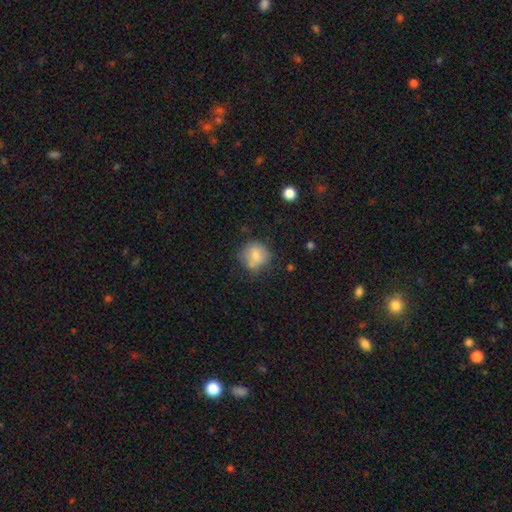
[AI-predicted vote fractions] smooth-or-featured: smooth: 73% | featured or disk: 17% | star or artifact: 10%
  how-rounded: round: 85% | in between: 14% | cigar-shaped: 1%
  merging: none: 58% | minor disturbance: 22% | merger: 13% | major disturbance: 7%